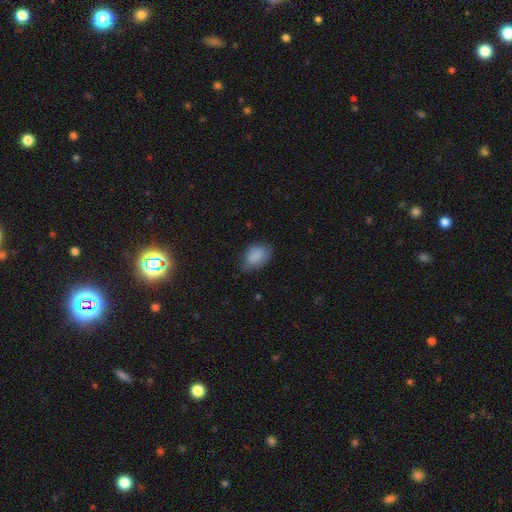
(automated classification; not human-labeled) Smooth or featured?
  - smooth: 85% *
  - star or artifact: 8%
  - featured or disk: 8%
How rounded?
  - in between: 87% *
  - round: 11%
  - cigar-shaped: 2%
Merging?
  - none: 61% *
  - minor disturbance: 31%
  - major disturbance: 6%
  - merger: 1%